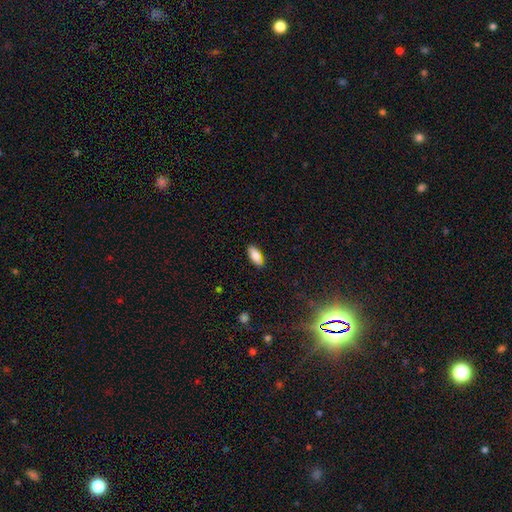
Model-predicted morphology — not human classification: type=smooth (84%); roundness=in between (81%); merging=none (84%).